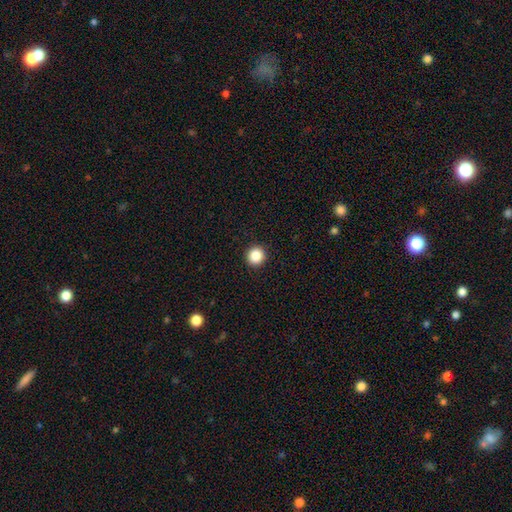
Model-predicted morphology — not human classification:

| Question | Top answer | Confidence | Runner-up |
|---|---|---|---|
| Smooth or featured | smooth | 87% | star or artifact (10%) |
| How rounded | round | 95% | in between (4%) |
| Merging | none | 93% | minor disturbance (4%) |